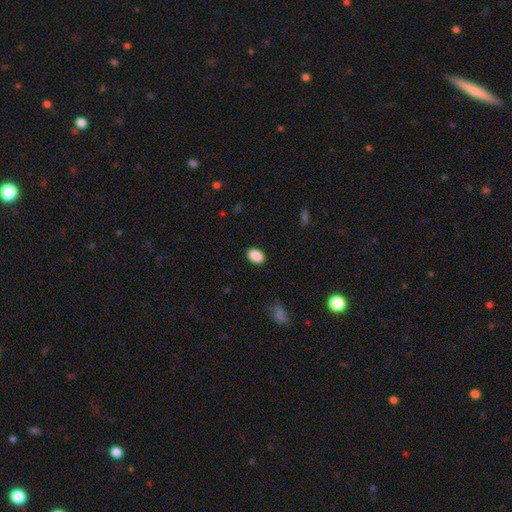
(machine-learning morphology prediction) The model was most divided on "how rounded": in between: 83%, round: 16%, cigar-shaped: 1%. More confident: smooth or featured — smooth (89%); merging — none (88%).